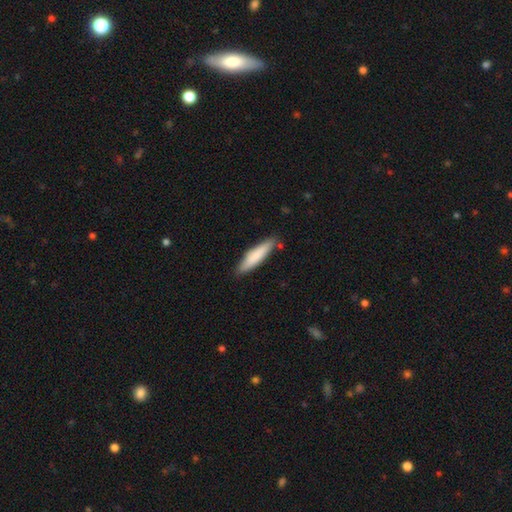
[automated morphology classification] Smooth or featured? Predicted: smooth (p=0.80). How rounded? Predicted: cigar-shaped (p=0.79). Merging? Predicted: none (p=0.82).